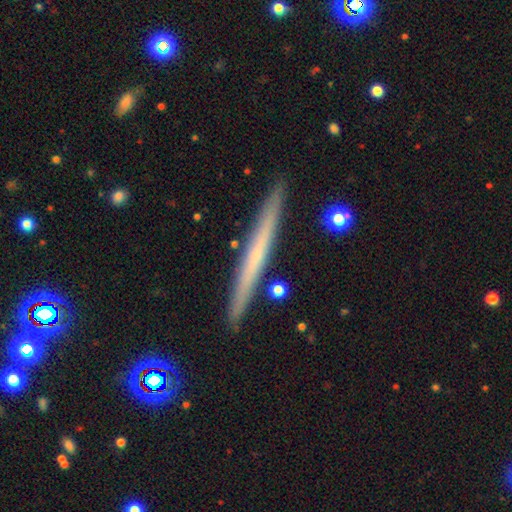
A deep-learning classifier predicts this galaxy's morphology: smooth_or_featured: featured or disk (p=0.53) [alt: smooth p=0.40]
disk_edge_on: yes (p=0.96) [alt: no p=0.04]
edge_on_bulge: none (p=0.81) [alt: rounded p=0.16]
merging: none (p=0.91) [alt: minor disturbance p=0.06]